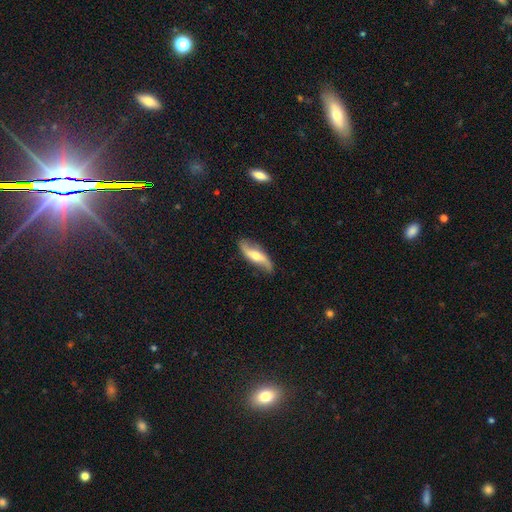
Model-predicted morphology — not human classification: The model was most divided on "bar": no: 46%, weak: 32%, strong: 22%. More confident: spiral arm count — 2 (92%); spiral arms — yes (91%); spiral winding — loose (84%); merging — none (81%); edge-on disk — no (80%); smooth or featured — featured or disk (73%); bulge size — moderate (59%).